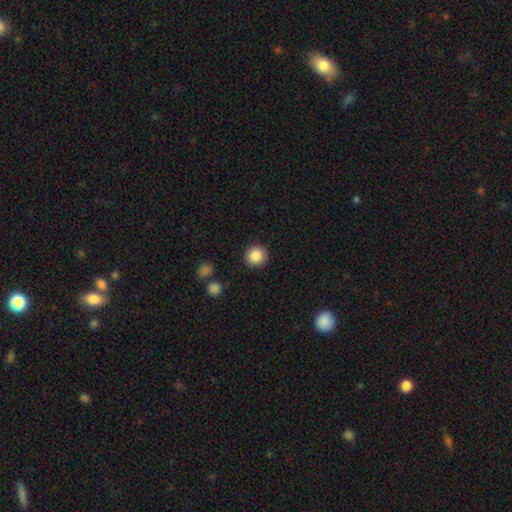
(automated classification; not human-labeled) Smooth or featured? smooth (87%)
How rounded? round (94%)
Merging? none (92%)